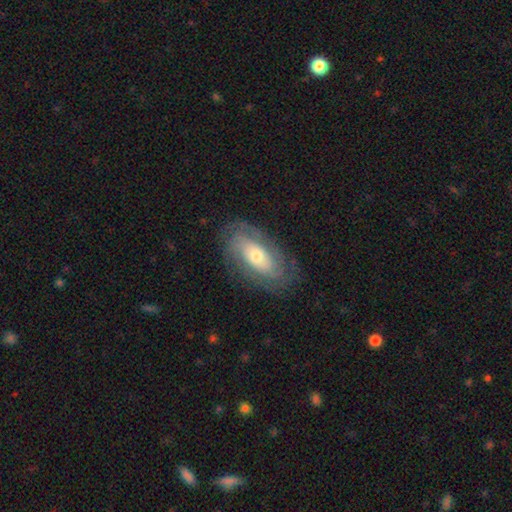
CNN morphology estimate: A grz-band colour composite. It shows a featured or disk galaxy (66%) with no bar (57%), spiral arms (80%) and a moderate central bulge (60%). Merging: none (80%).